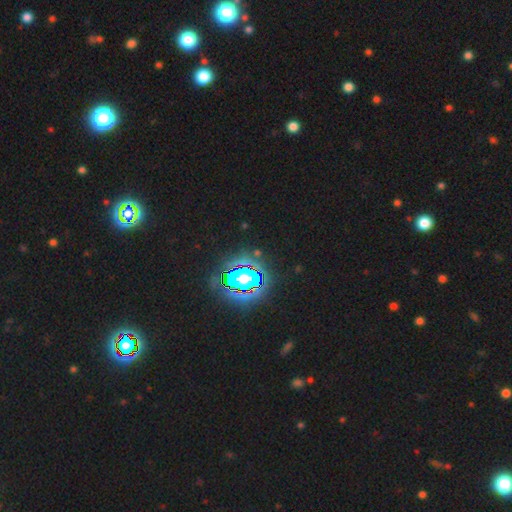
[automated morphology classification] Smooth or featured? Predicted: star or artifact (p=0.72).